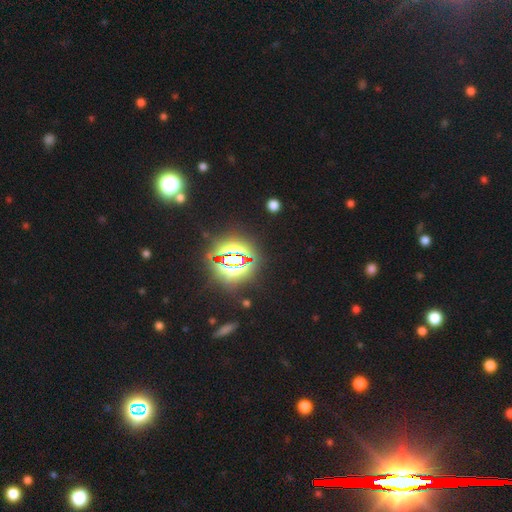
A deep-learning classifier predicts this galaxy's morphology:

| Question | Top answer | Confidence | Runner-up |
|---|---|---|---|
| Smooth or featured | star or artifact | 84% | smooth (9%) |